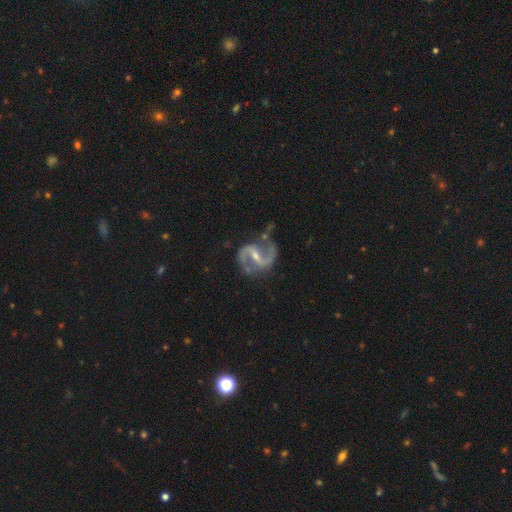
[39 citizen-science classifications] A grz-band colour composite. It shows a featured or disk galaxy (92%) with a strong bar (51%), 2 (100%) medium (60%) spiral arms (100%) and a small central bulge (49%). Merging: none (75%).